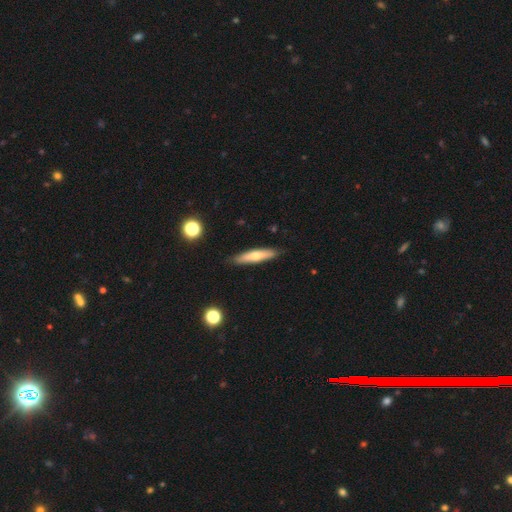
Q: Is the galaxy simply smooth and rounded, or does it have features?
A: smooth — 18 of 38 (47%, tied with featured or disk).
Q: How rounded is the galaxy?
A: cigar-shaped — 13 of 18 (72%).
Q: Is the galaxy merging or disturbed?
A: none — 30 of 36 (83%).